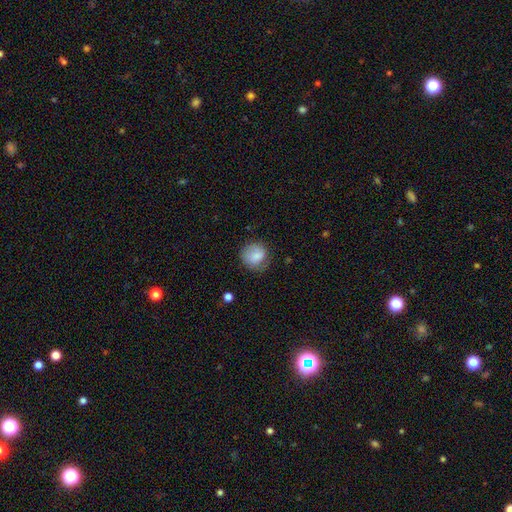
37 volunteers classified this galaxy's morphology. A smooth galaxy with no disk features (84%) that is round (77%).

Vote fractions:
- Smooth or featured? smooth: 84% / featured or disk: 11% / star or artifact: 5%
- How rounded? round: 77% / in between: 23% / cigar-shaped: 0%
- Merging? none: 60% / minor disturbance: 20% / major disturbance: 17% / merger: 3%